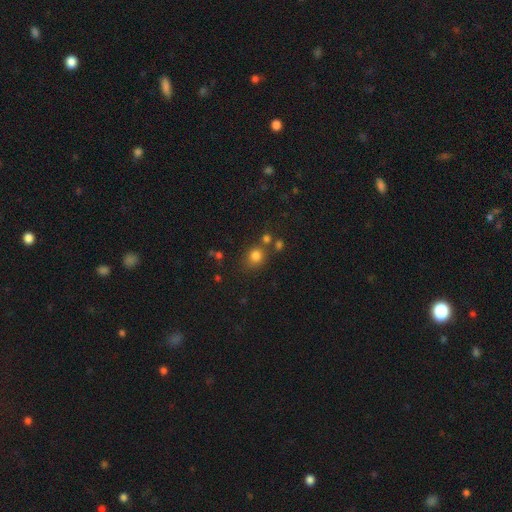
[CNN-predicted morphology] type=smooth (79%); roundness=round (79%); merging=none (70%).